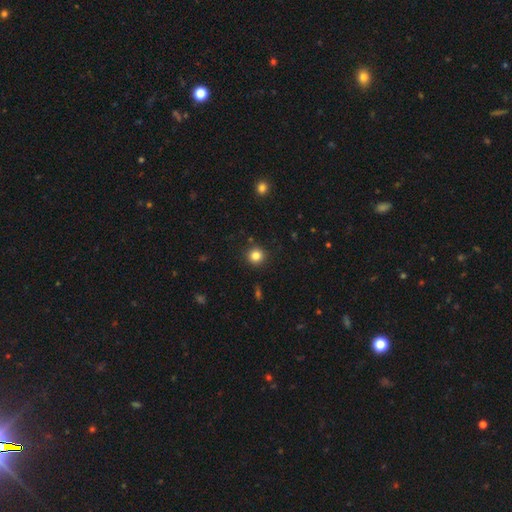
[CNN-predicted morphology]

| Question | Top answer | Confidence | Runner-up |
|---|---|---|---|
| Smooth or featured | smooth | 83% | star or artifact (12%) |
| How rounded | round | 94% | in between (5%) |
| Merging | none | 91% | minor disturbance (6%) |